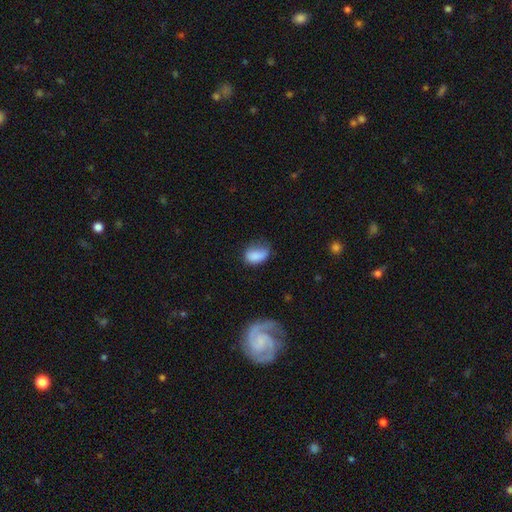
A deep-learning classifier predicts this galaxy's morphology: This appears to be a smooth galaxy with no disk features (82%) that is in between round and cigar-shaped (84%). Merging: none (44%).